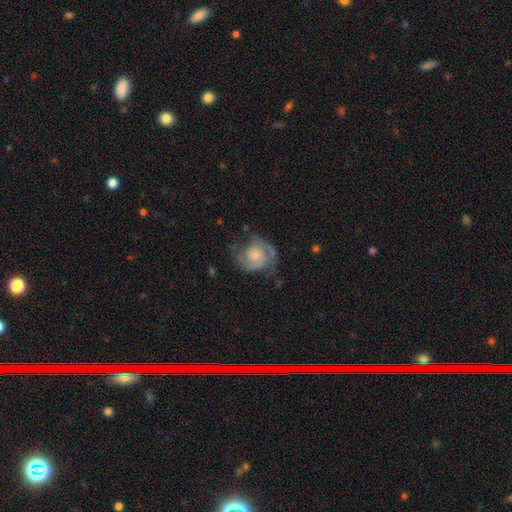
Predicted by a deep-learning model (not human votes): Smooth or featured? Predicted: featured or disk (p=0.79). Edge-on disk? Predicted: no (p=0.98). Bar? Predicted: no (p=0.75). Spiral arms? Predicted: yes (p=0.93). Spiral winding? Predicted: medium (p=0.46). Spiral arm count? Predicted: 2 (p=0.79). Bulge size? Predicted: small (p=0.54). Merging? Predicted: none (p=0.60).